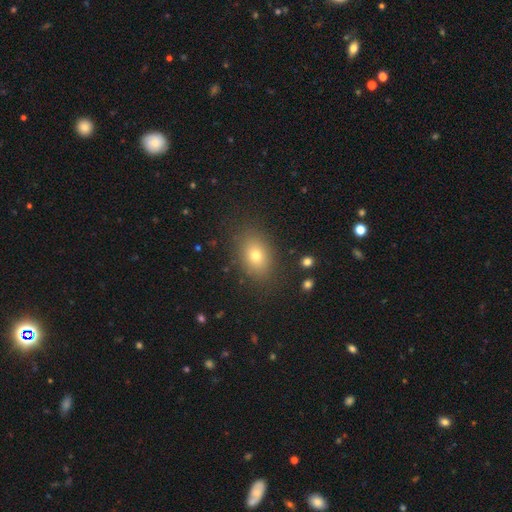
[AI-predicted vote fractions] Smooth or featured?
  - smooth: 73% *
  - featured or disk: 14%
  - star or artifact: 13%
How rounded?
  - in between: 77% *
  - round: 21%
  - cigar-shaped: 2%
Merging?
  - none: 85% *
  - minor disturbance: 10%
  - major disturbance: 4%
  - merger: 1%